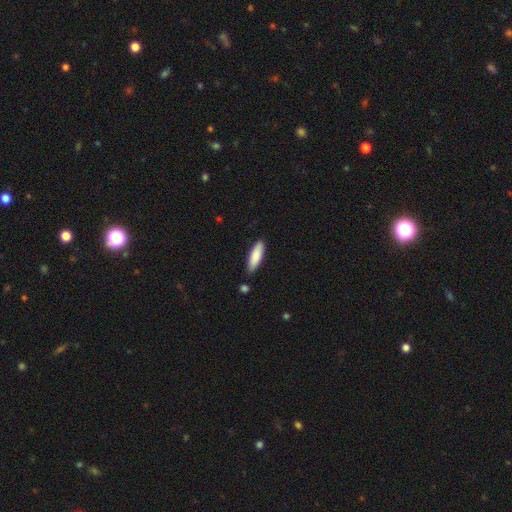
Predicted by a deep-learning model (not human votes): smooth 86%, featured or disk 9%, star or artifact 5%. Down the decision tree: how rounded — cigar-shaped (52%); merging — none (83%).